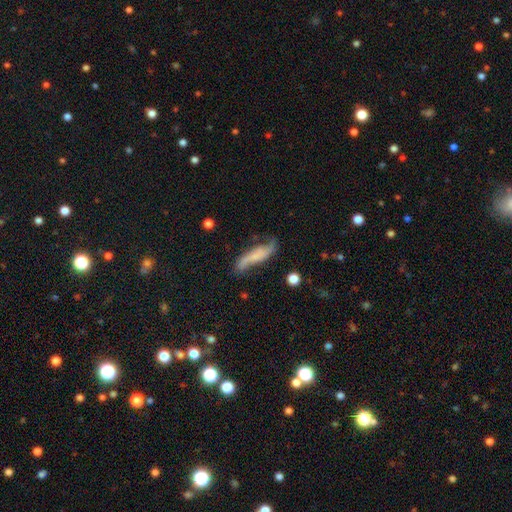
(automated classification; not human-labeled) Smooth or featured: featured or disk — 57% (smooth — 35%)
Edge-on disk: no — 73% (yes — 27%)
Merging: none — 57% (minor disturbance — 27%)